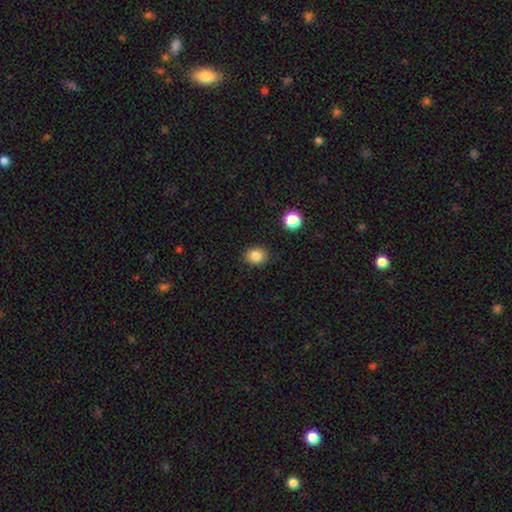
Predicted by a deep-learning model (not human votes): smooth 84%, star or artifact 11%, featured or disk 5%. Down the decision tree: how rounded — round (68%); merging — none (88%).